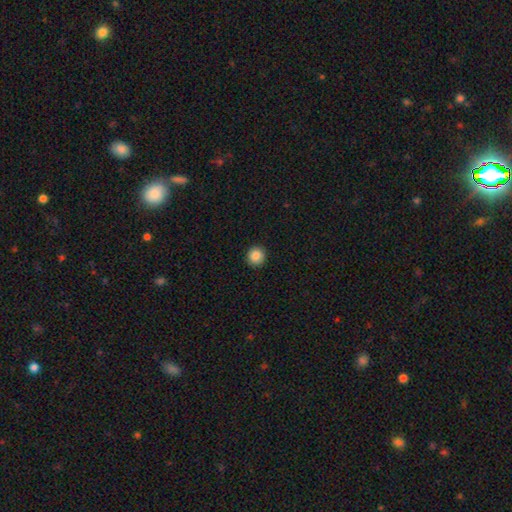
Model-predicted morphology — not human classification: smooth_or_featured: smooth (p=0.87) [alt: star or artifact p=0.09]
how_rounded: round (p=0.94) [alt: in between p=0.05]
merging: none (p=0.93) [alt: minor disturbance p=0.05]